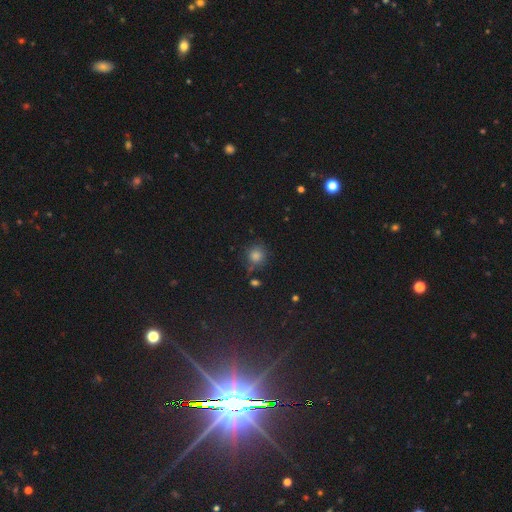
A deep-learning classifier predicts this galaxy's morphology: This is likely a smooth galaxy (73%). How rounded: clearly round (90%). Merging: likely none (78%).